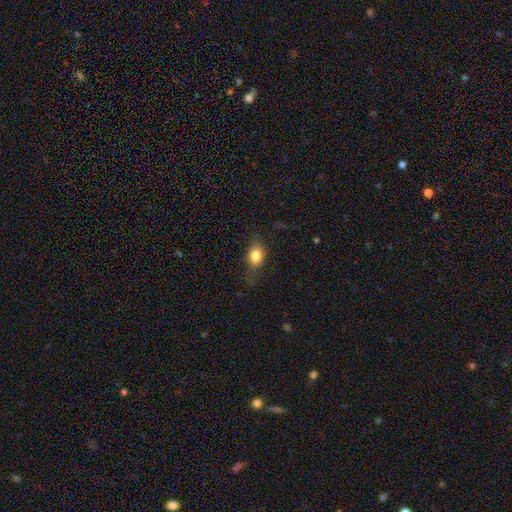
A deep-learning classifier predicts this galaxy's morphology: Smooth or featured: smooth — 80% (featured or disk — 10%)
How rounded: in between — 61% (round — 36%)
Merging: none — 70% (minor disturbance — 20%)